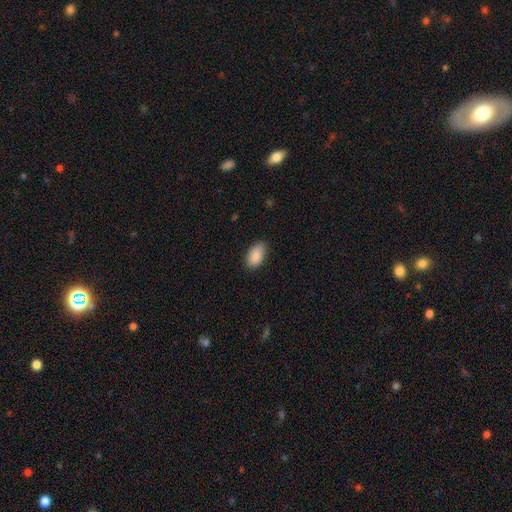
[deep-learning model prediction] The model was most divided on "merging": none: 81%, minor disturbance: 15%, major disturbance: 3%, merger: 1%. More confident: how rounded — in between (94%); smooth or featured — smooth (90%).